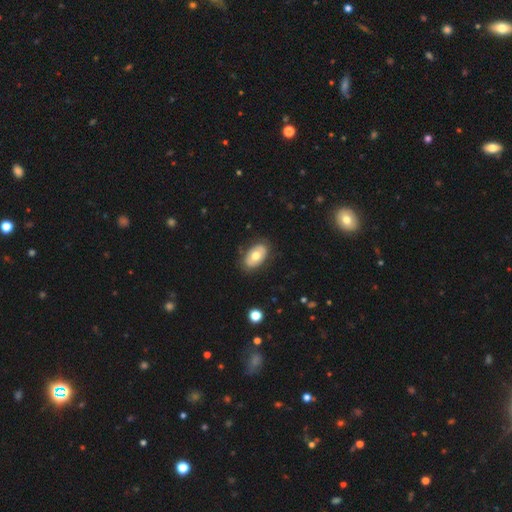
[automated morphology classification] This appears to be a smooth galaxy with no disk features (59%) that is in between round and cigar-shaped (90%). Merging: none (82%).